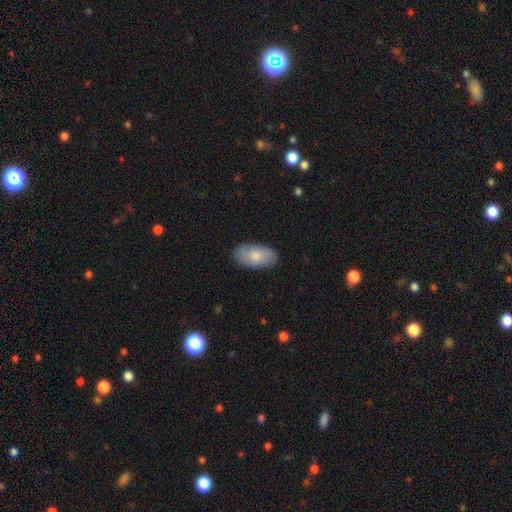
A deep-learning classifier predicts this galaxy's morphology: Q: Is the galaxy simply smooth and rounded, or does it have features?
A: smooth — 74%.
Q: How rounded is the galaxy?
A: in between — 94%.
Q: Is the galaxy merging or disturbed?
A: none — 83%.